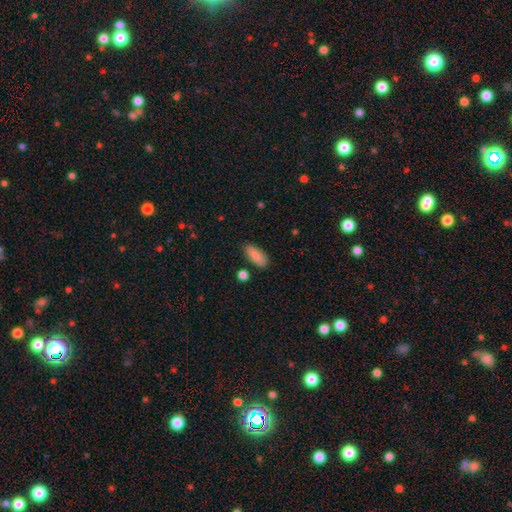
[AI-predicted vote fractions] Smooth or featured? smooth (88%)
How rounded? in between (79%)
Merging? none (83%)